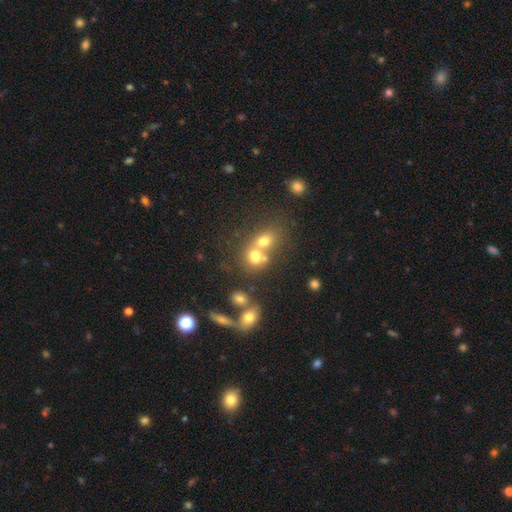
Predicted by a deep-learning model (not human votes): Smooth or featured? Predicted: smooth (p=0.64). How rounded? Predicted: round (p=0.59). Merging? Predicted: merger (p=0.56).